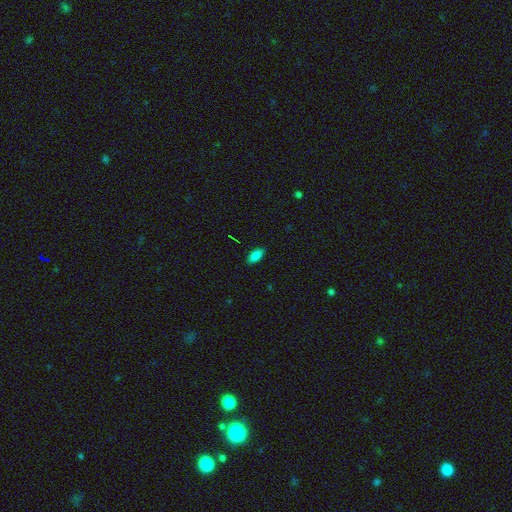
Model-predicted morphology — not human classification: A smooth galaxy with no disk features (85%) that is in between round and cigar-shaped (90%).

Vote fractions:
- Smooth or featured? smooth: 85% / star or artifact: 9% / featured or disk: 5%
- How rounded? in between: 90% / cigar-shaped: 7% / round: 3%
- Merging? none: 87% / minor disturbance: 10% / major disturbance: 2% / merger: 1%